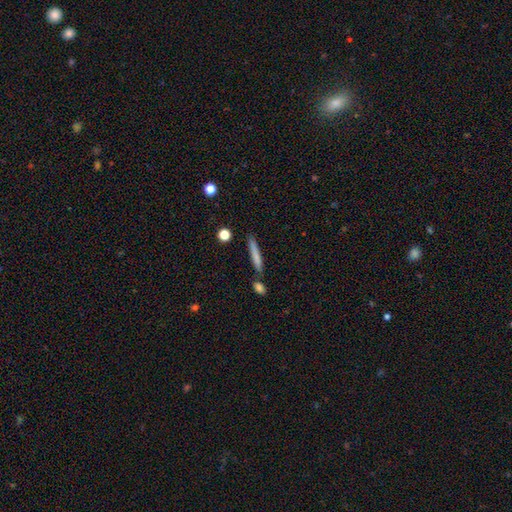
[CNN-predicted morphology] smooth 74%, featured or disk 19%, star or artifact 7%. Down the decision tree: how rounded — cigar-shaped (93%); merging — none (77%).